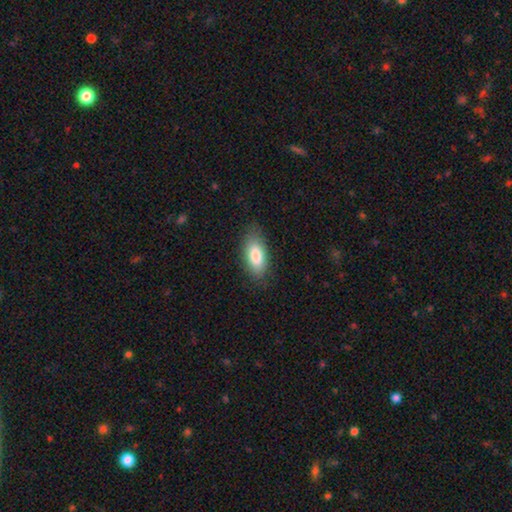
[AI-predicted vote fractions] Smooth or featured?
  - smooth: 83% *
  - featured or disk: 10%
  - star or artifact: 6%
How rounded?
  - in between: 87% *
  - cigar-shaped: 10%
  - round: 3%
Merging?
  - none: 81% *
  - minor disturbance: 14%
  - major disturbance: 4%
  - merger: 1%